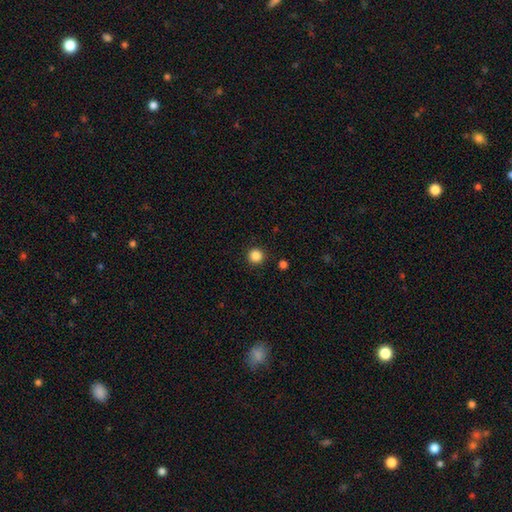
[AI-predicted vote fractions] smooth 86%, star or artifact 11%, featured or disk 3%. Down the decision tree: how rounded — round (95%); merging — none (92%).